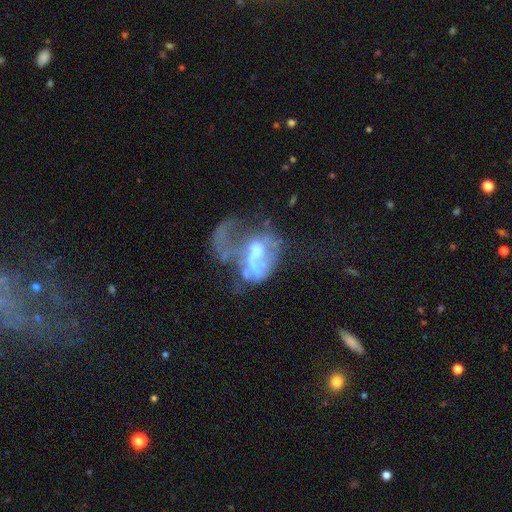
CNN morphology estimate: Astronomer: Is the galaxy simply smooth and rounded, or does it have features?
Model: featured or disk — 67%.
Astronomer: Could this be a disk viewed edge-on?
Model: no — 97%.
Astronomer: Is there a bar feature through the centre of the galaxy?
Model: no — 73%.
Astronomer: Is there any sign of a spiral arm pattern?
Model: no — 69%.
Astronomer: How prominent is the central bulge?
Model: moderate — 43% (runner-up: none, 22%).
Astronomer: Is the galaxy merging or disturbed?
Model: major disturbance — 53%.